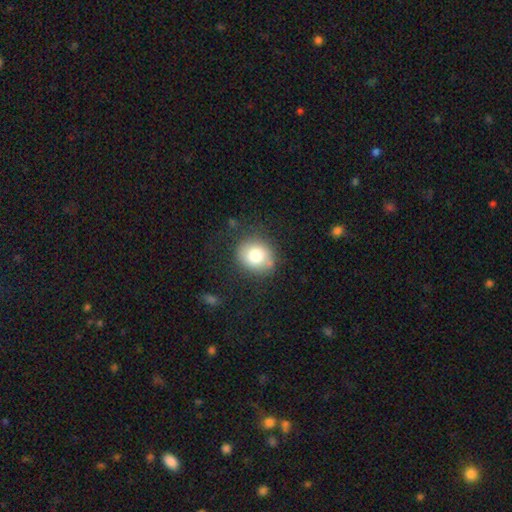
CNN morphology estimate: The model was most divided on "how rounded": round: 76%, in between: 23%, cigar-shaped: 1%. More confident: merging — none (80%); smooth or featured — smooth (78%).